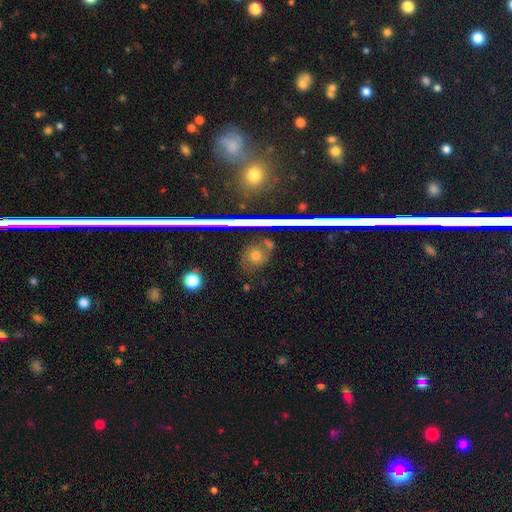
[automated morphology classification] A smooth galaxy with no disk features (46%). Merging: none (74%).